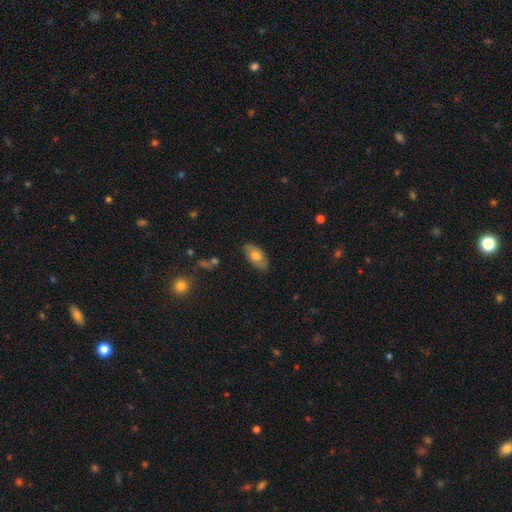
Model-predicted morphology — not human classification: Smooth or featured? smooth (67%)
How rounded? in between (93%)
Merging? none (80%)